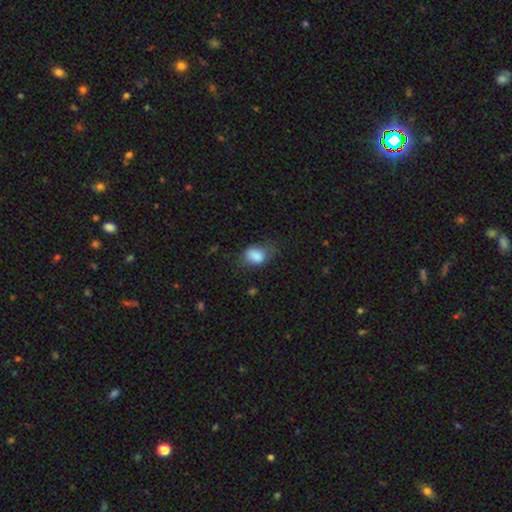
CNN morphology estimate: This appears to be a smooth galaxy with no disk features (85%) that is in between round and cigar-shaped (73%). Merging: none (50%).